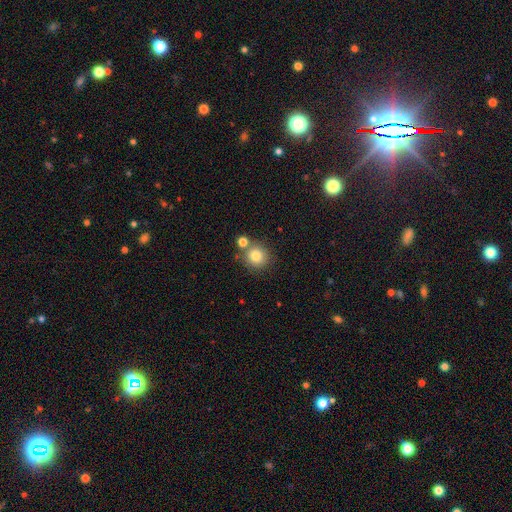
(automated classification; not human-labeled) Overall: smooth (81%). How rounded: round (90%). Merging: none (70%).